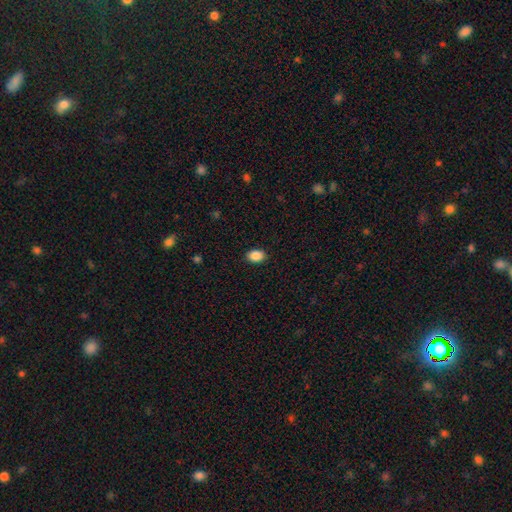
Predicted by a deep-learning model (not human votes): smooth-or-featured: smooth: 89% | star or artifact: 8% | featured or disk: 3%
  how-rounded: in between: 77% | round: 22% | cigar-shaped: 1%
  merging: none: 90% | minor disturbance: 7% | major disturbance: 2% | merger: 1%